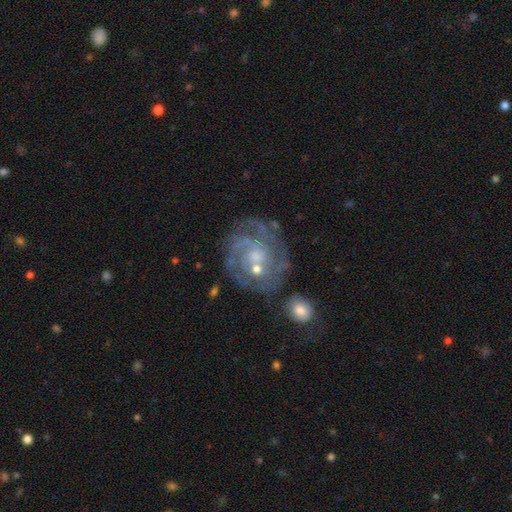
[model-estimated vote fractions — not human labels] smooth_or_featured: featured or disk (p=0.82) [alt: smooth p=0.11]
disk_edge_on: no (p=0.98) [alt: yes p=0.02]
bar: no (p=0.68) [alt: weak p=0.27]
has_spiral_arms: yes (p=0.90) [alt: no p=0.10]
spiral_winding: tight (p=0.60) [alt: medium p=0.31]
spiral_arm_count: can't tell (p=0.35) [alt: 3 p=0.24]
bulge_size: small (p=0.49) [alt: moderate p=0.35]
merging: none (p=0.59) [alt: minor disturbance p=0.18]